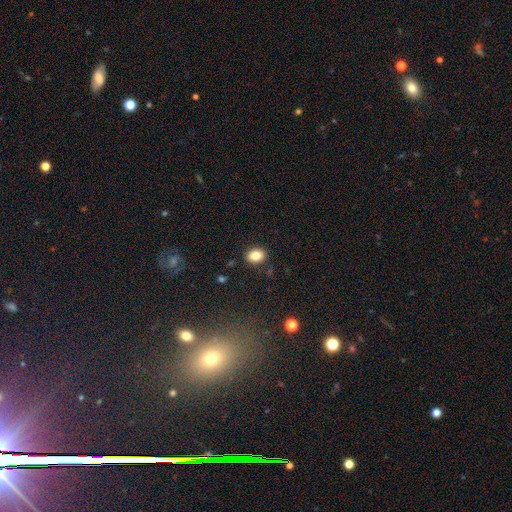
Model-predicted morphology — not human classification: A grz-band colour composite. It shows a smooth galaxy with no disk features (84%) that is in between round and cigar-shaped (74%). Merging: none (86%).